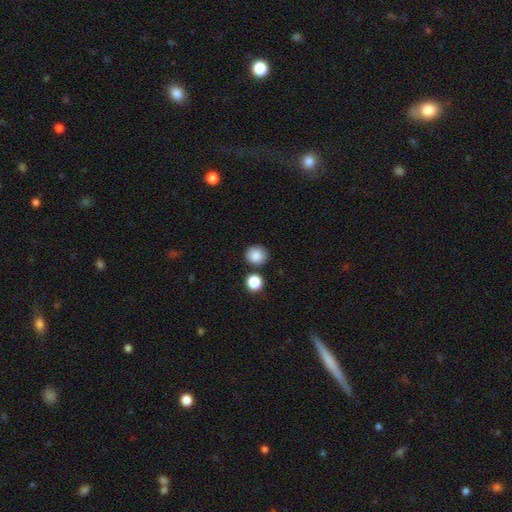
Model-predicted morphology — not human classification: A smooth galaxy with no disk features (86%) that is round (86%).

Vote fractions:
- Smooth or featured? smooth: 86% / star or artifact: 9% / featured or disk: 4%
- How rounded? round: 86% / in between: 13% / cigar-shaped: 1%
- Merging? none: 82% / minor disturbance: 9% / merger: 7% / major disturbance: 3%